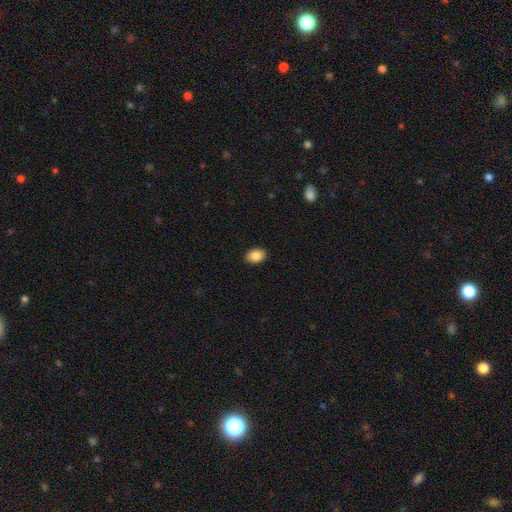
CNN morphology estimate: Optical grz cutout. It shows a smooth galaxy with no disk features (87%) that is in between round and cigar-shaped (81%). Merging: none (90%).